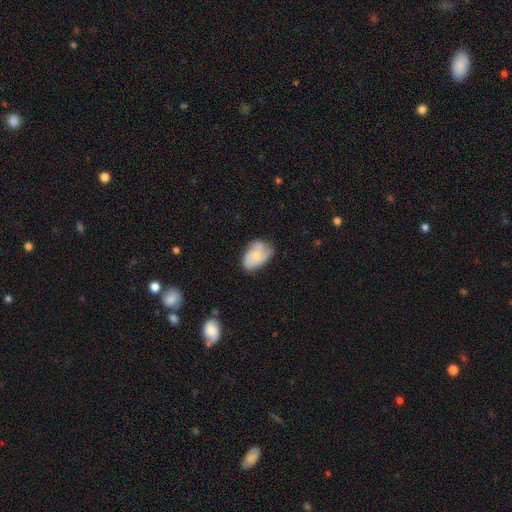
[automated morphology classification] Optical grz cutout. It shows a smooth galaxy with no disk features (48%). Merging: none (55%).